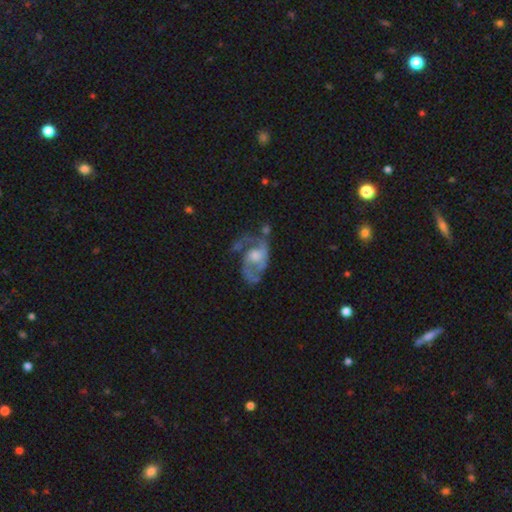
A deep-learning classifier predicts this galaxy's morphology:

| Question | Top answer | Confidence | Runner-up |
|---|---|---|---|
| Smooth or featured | featured or disk | 81% | smooth (13%) |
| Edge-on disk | no | 97% | yes (3%) |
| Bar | no | 62% | weak (32%) |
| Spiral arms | yes | 86% | no (14%) |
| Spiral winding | medium | 49% | loose (31%) |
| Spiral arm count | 2 | 60% | can't tell (14%) |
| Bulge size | moderate | 51% | small (30%) |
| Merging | none | 43% | major disturbance (29%) |